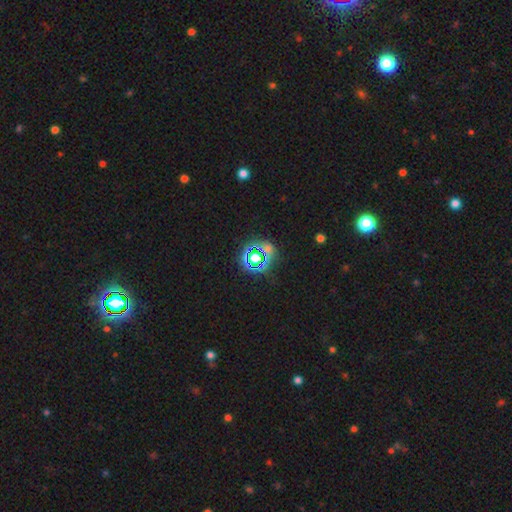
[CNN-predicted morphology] This appears to be a star or artifact, not a galaxy (59%).